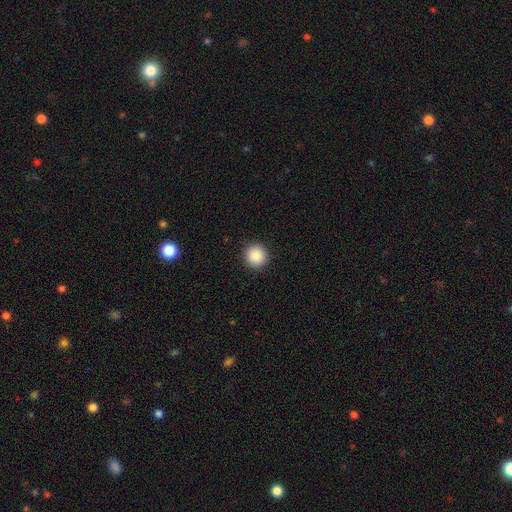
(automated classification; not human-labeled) smooth 88%, star or artifact 8%, featured or disk 3%. Down the decision tree: how rounded — round (94%); merging — none (93%).